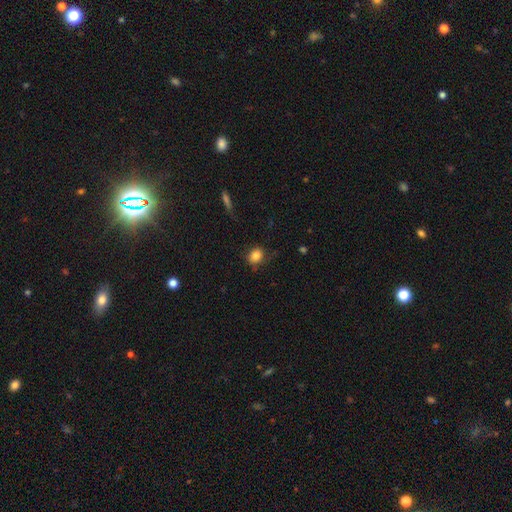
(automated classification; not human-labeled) Morphology: type=smooth (84%); roundness=round (56%); merging=none (73%).